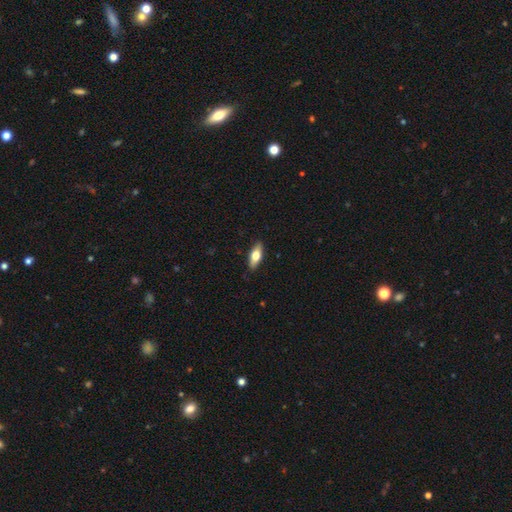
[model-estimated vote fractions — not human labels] Overall: smooth (67%; featured or disk 27%). How rounded: in between (73%). Merging: none (87%).